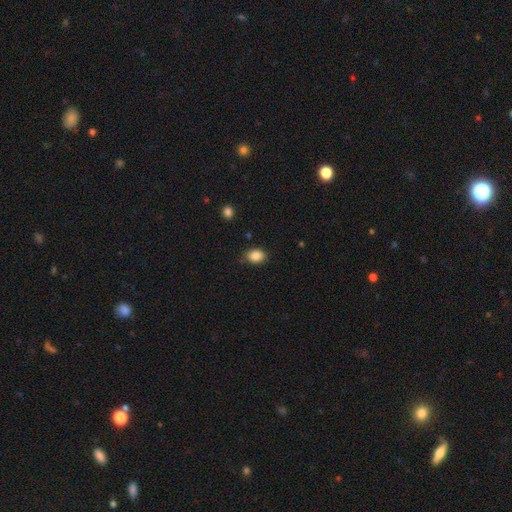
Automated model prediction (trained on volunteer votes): Overall: smooth (86%). How rounded: in between (68%; round 31%). Merging: none (79%).